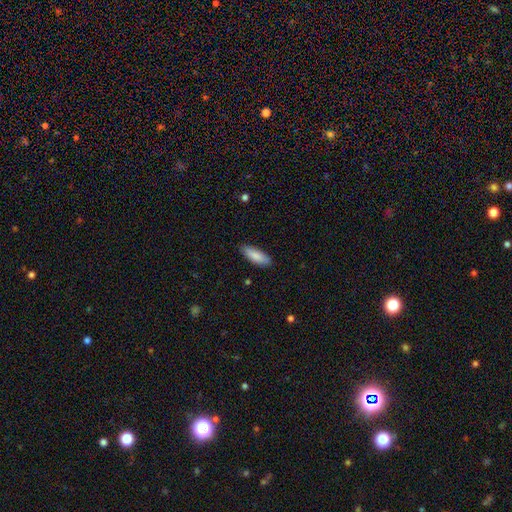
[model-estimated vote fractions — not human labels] Overall: smooth (87%). How rounded: in between (58%; cigar-shaped 41%). Merging: none (87%).